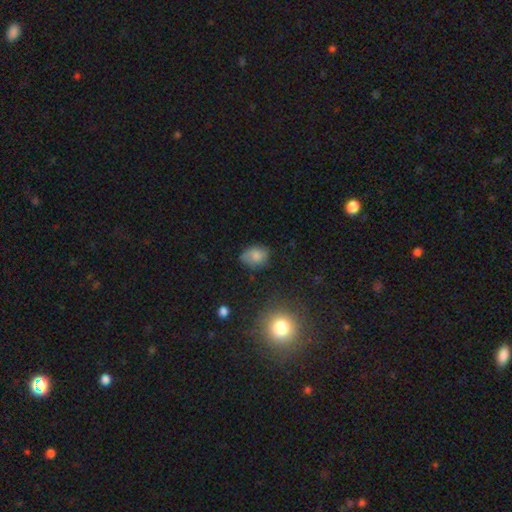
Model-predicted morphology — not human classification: type=smooth (78%); roundness=in between (67%); merging=none (66%).